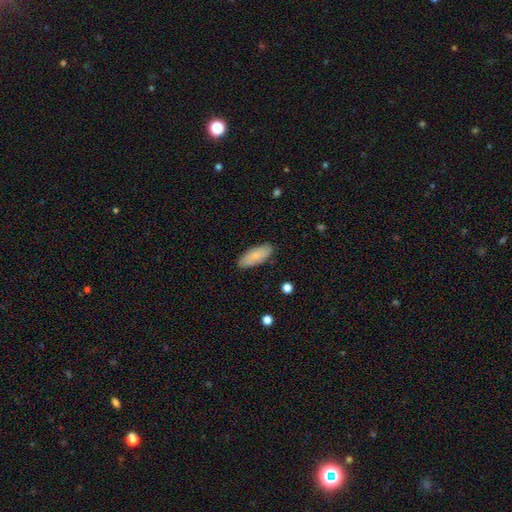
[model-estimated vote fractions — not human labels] Morphology: type=smooth (76%); roundness=in between (81%); merging=none (85%).